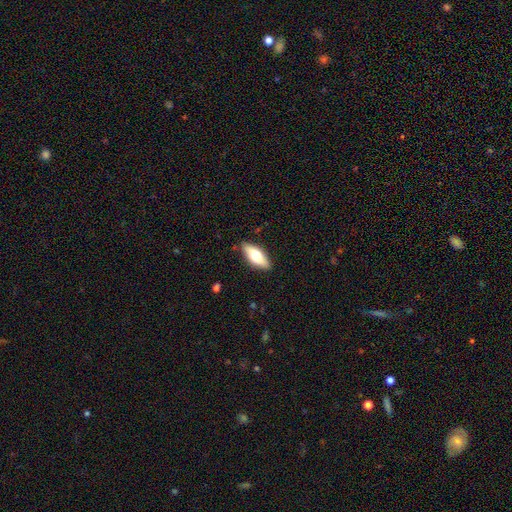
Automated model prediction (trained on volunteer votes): Smooth or featured?
  - smooth: 60% *
  - featured or disk: 34%
  - star or artifact: 6%
How rounded?
  - in between: 73% *
  - cigar-shaped: 24%
  - round: 3%
Merging?
  - none: 87% *
  - minor disturbance: 10%
  - major disturbance: 2%
  - merger: 1%